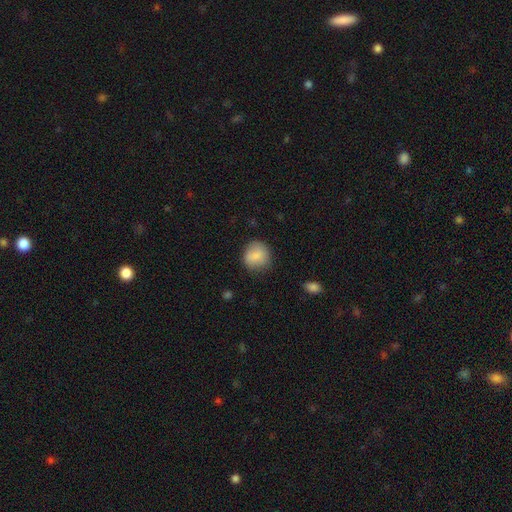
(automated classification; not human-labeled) This is clearly a smooth galaxy (84%). How rounded: clearly round (86%). Merging: likely none (77%).